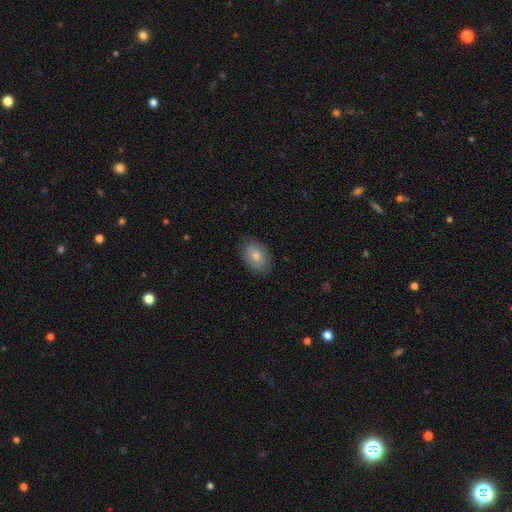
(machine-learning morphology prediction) This appears to be a smooth galaxy with no disk features (74%) that is in between round and cigar-shaped (87%). Merging: none (86%).